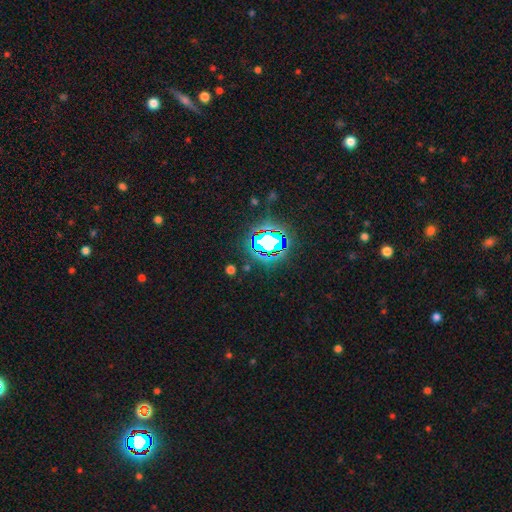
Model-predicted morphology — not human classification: Smooth or featured: star or artifact — 81% (smooth — 12%)